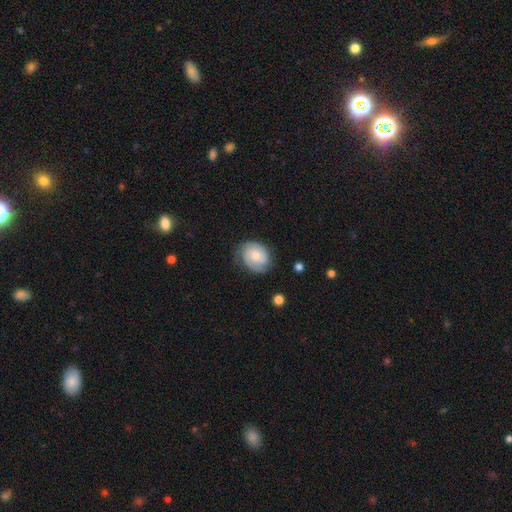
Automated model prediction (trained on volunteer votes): This is possibly a featured or disk galaxy (49%). Merging: likely none (66%).